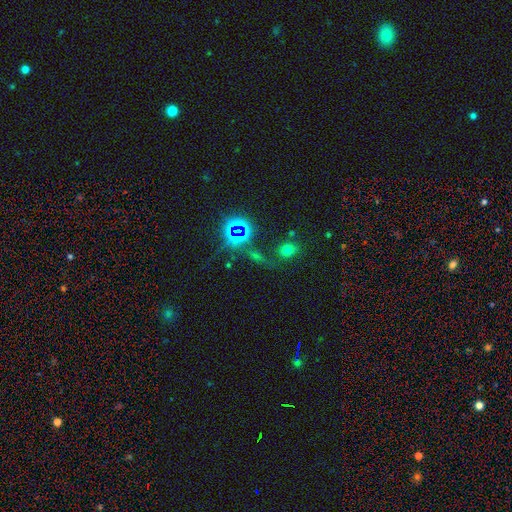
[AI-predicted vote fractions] This appears to be a star or artifact, not a galaxy (53%).